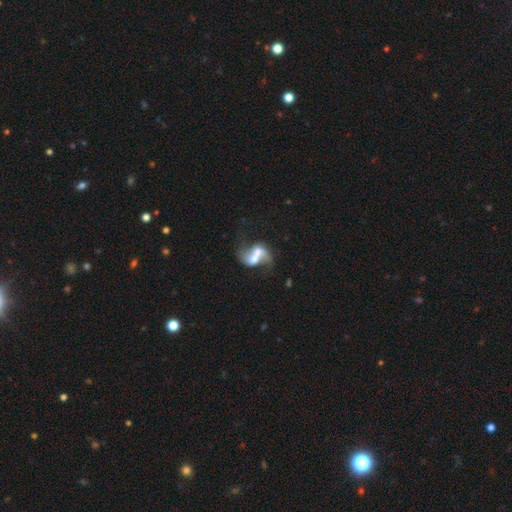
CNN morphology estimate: Q: Smooth or featured?
A: featured or disk (65%); runner-up: smooth (27%)
Q: Edge-on disk?
A: no (96%); runner-up: yes (4%)
Q: Bar?
A: no (49%); runner-up: weak (32%)
Q: Spiral arms?
A: yes (73%); runner-up: no (27%)
Q: Bulge size?
A: moderate (43%); runner-up: small (23%)
Q: Merging?
A: merger (60%); runner-up: none (21%)